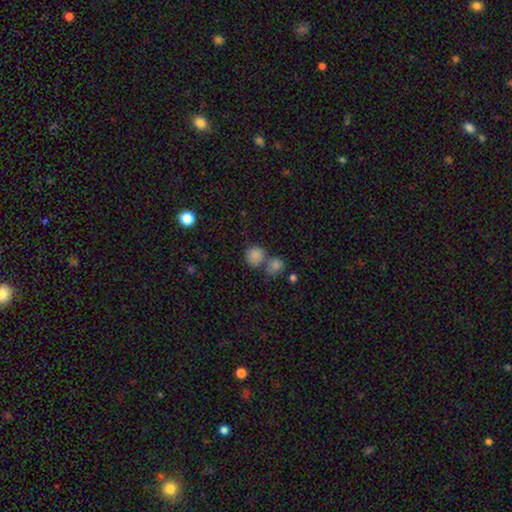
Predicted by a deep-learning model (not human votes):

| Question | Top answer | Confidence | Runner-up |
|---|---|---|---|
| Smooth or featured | smooth | 83% | star or artifact (11%) |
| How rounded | round | 83% | in between (16%) |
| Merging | none | 45% | merger (40%) |